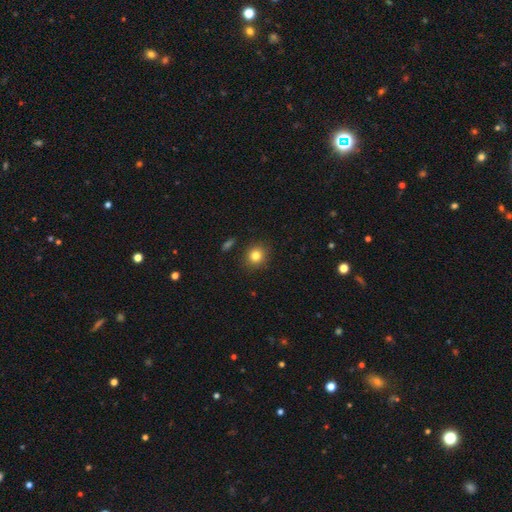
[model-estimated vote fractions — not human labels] Smooth or featured? Predicted: smooth (p=0.81). How rounded? Predicted: round (p=0.85). Merging? Predicted: none (p=0.88).